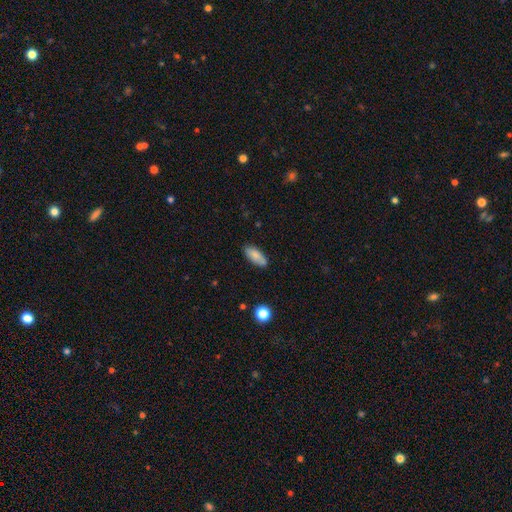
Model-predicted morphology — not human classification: This appears to be a smooth galaxy with no disk features (81%) that is in between round and cigar-shaped (79%). Merging: none (79%).